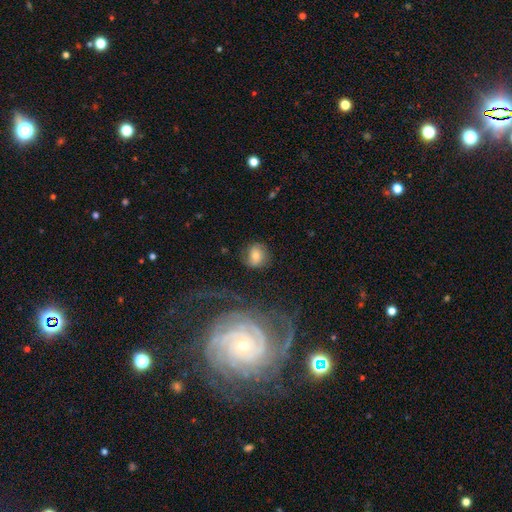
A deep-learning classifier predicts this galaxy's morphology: Smooth or featured? Predicted: smooth (p=0.55). How rounded? Predicted: round (p=0.76). Merging? Predicted: none (p=0.72).